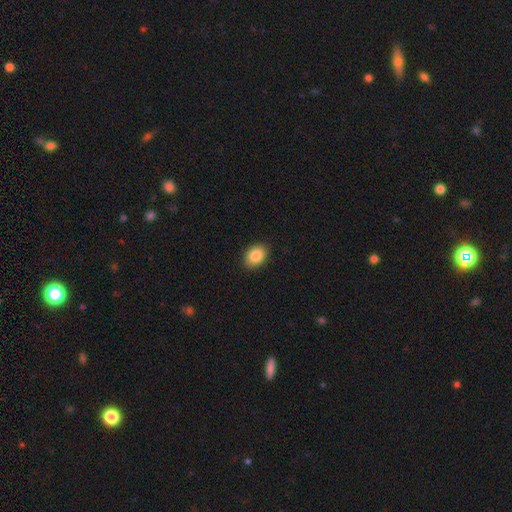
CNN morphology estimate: type=smooth (88%); roundness=in between (71%); merging=none (89%).